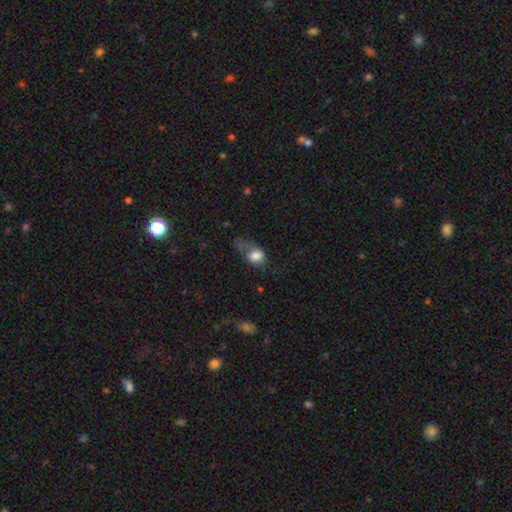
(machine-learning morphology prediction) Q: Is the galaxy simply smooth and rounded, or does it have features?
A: smooth — 78%.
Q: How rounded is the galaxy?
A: in between — 51%.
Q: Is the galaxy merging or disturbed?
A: major disturbance — 41%.